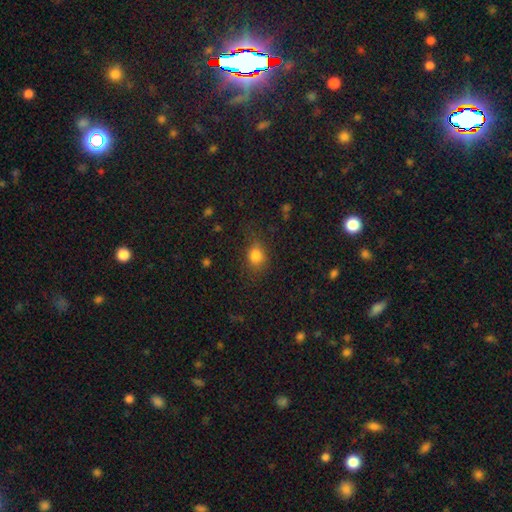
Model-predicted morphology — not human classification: smooth_or_featured: smooth (p=0.82) [alt: star or artifact p=0.11]
how_rounded: in between (p=0.53) [alt: round p=0.46]
merging: none (p=0.66) [alt: minor disturbance p=0.22]